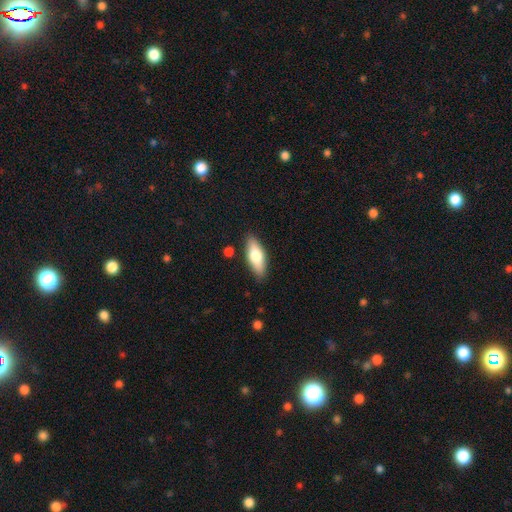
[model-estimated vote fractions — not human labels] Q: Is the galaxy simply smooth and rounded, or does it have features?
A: smooth — 65%.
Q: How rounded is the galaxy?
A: in between — 69%.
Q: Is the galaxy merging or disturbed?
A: none — 86%.